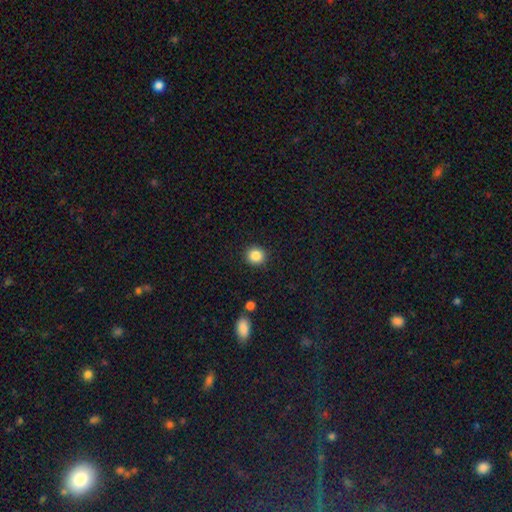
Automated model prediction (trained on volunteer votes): A smooth galaxy with no disk features (87%) that is round (89%).

Vote fractions:
- Smooth or featured? smooth: 87% / star or artifact: 10% / featured or disk: 4%
- How rounded? round: 89% / in between: 10% / cigar-shaped: 1%
- Merging? none: 90% / minor disturbance: 6% / major disturbance: 2% / merger: 2%